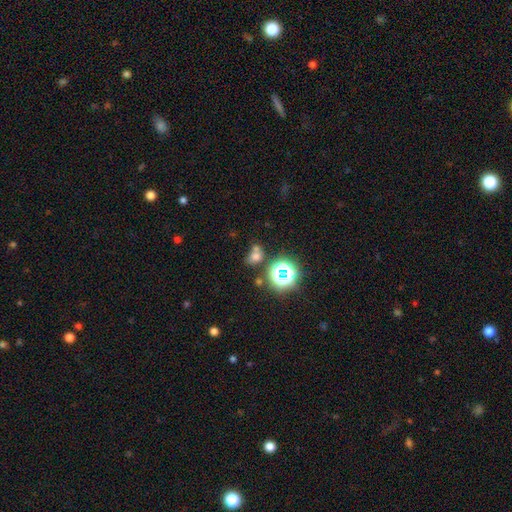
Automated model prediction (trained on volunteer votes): Smooth or featured: smooth — 60% (star or artifact — 30%)
How rounded: round — 50% (in between — 48%)
Merging: none — 47% (merger — 32%)